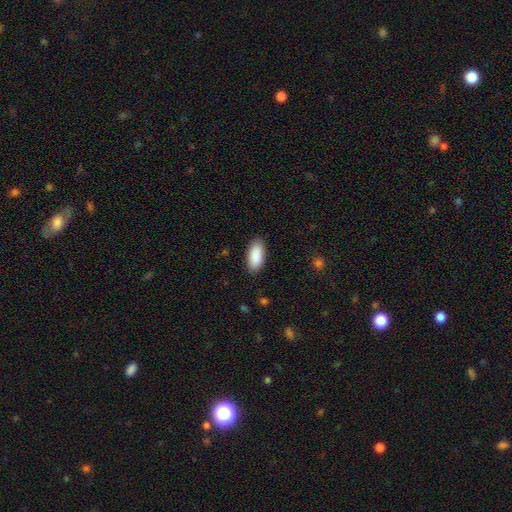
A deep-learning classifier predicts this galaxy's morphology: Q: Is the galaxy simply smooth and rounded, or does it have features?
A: smooth — 91%.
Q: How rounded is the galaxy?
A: in between — 90%.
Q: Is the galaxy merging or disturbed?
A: none — 88%.